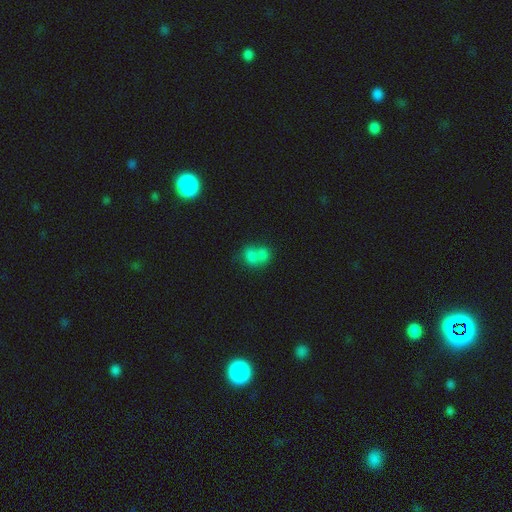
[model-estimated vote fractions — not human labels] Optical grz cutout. It shows a smooth galaxy with no disk features (75%) that is round (50%). Merging: merger (67%).